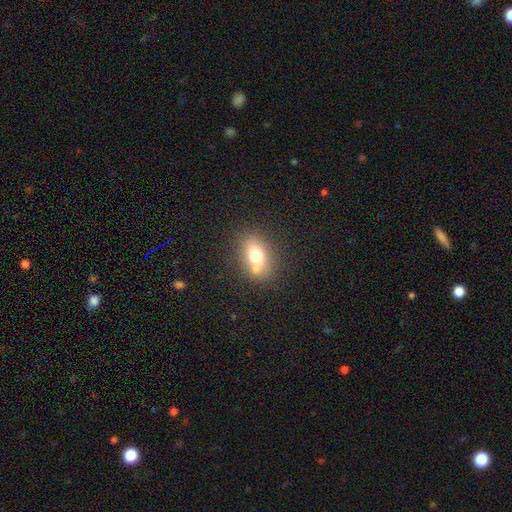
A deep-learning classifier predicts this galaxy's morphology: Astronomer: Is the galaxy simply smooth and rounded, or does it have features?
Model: smooth — 70%.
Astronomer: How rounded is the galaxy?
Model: in between — 73%.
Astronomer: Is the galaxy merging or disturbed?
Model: none — 64%.